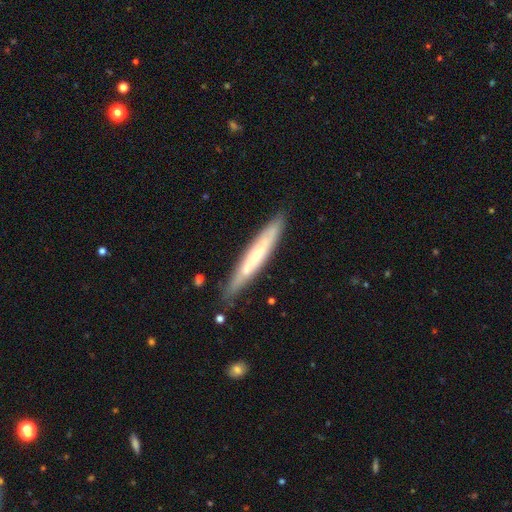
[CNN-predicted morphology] Smooth or featured: featured or disk — 49% (smooth — 45%)
Merging: none — 82% (minor disturbance — 13%)